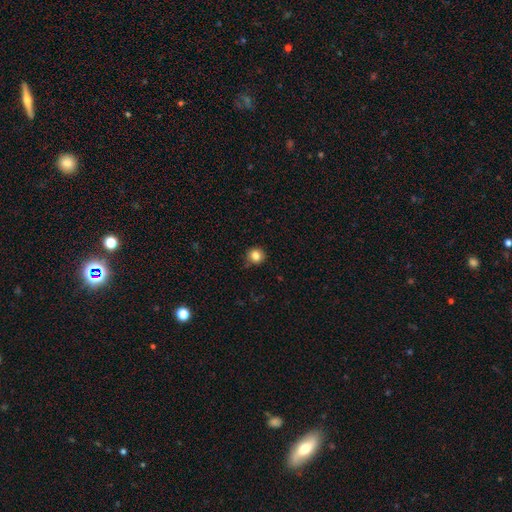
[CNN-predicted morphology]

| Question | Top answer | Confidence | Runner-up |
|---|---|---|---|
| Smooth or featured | smooth | 84% | star or artifact (11%) |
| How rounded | round | 90% | in between (9%) |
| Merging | none | 83% | minor disturbance (12%) |